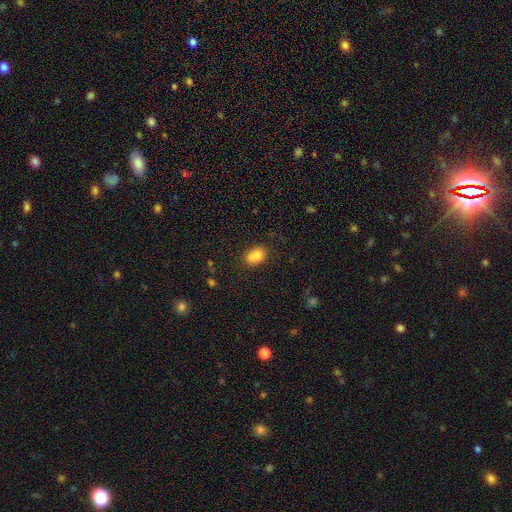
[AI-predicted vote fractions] Smooth or featured: smooth — 78% (featured or disk — 12%)
How rounded: in between — 63% (round — 35%)
Merging: none — 43% (merger — 38%)